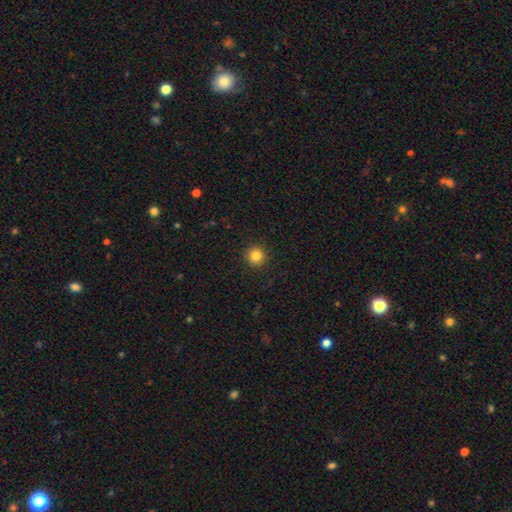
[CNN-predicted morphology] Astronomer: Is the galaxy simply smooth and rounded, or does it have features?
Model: smooth — 84%.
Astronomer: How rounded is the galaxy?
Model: round — 95%.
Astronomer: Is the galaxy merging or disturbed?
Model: none — 92%.